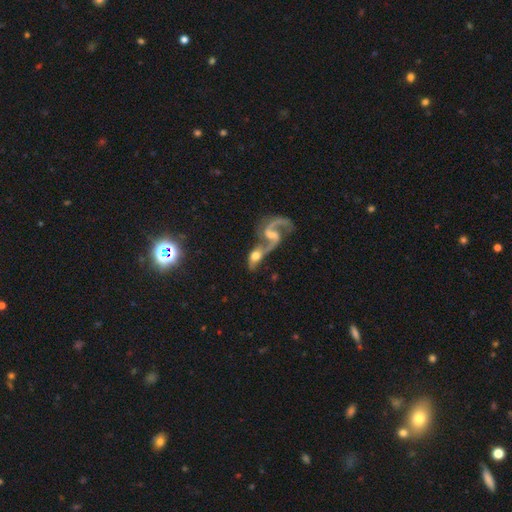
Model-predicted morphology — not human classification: Smooth or featured: featured or disk — 71% (smooth — 22%)
Edge-on disk: no — 93% (yes — 7%)
Bar: no — 47% (weak — 40%)
Spiral arms: yes — 86% (no — 14%)
Spiral winding: loose — 72% (medium — 23%)
Spiral arm count: 2 — 83% (1 — 10%)
Bulge size: moderate — 40% (small — 31%)
Merging: merger — 62% (none — 22%)